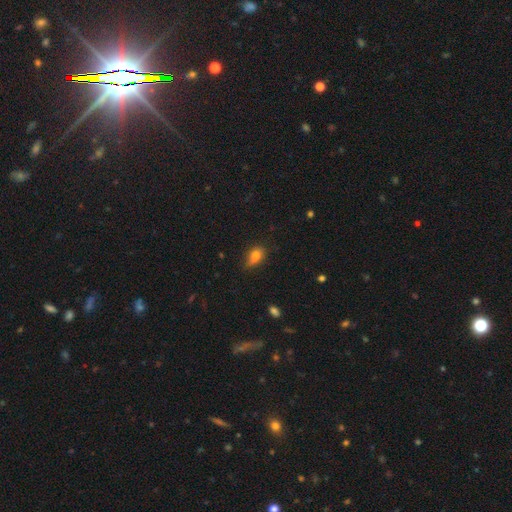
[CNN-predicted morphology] The model was most divided on "merging": none: 46%, minor disturbance: 37%, major disturbance: 12%, merger: 4%. More confident: how rounded — in between (75%); smooth or featured — smooth (74%).